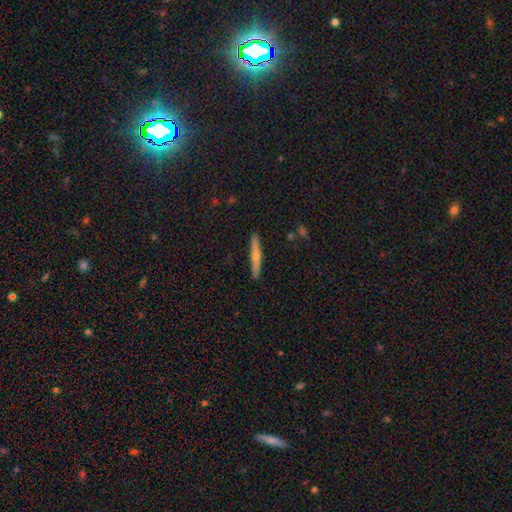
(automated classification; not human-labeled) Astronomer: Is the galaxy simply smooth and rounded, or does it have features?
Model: smooth — 50% (runner-up: featured or disk, 44%).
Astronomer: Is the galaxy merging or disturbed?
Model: none — 91%.